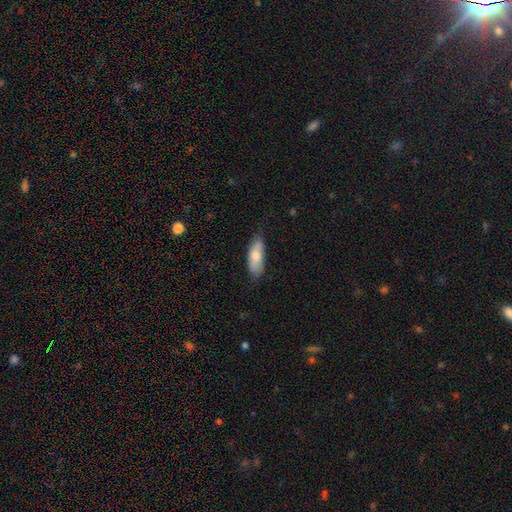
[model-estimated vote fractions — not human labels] The model was most divided on "merging": none: 66%, minor disturbance: 27%, major disturbance: 6%, merger: 2%. More confident: smooth or featured — smooth (76%); how rounded — in between (72%).